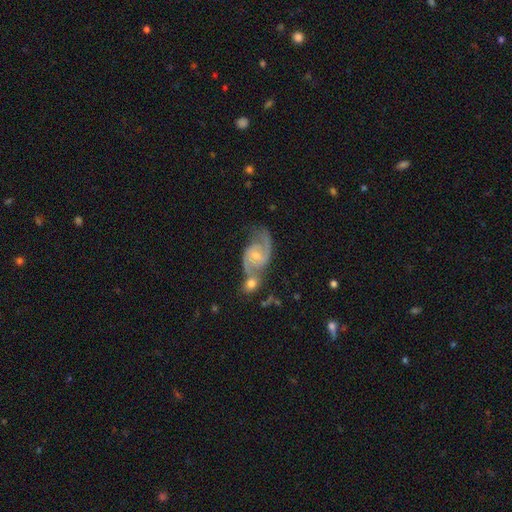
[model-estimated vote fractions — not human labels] Smooth or featured? featured or disk (87%)
Edge-on disk? no (97%)
Bar? no (47%)
Spiral arms? yes (97%)
Spiral winding? medium (53%)
Spiral arm count? 2 (90%)
Bulge size? small (58%)
Merging? none (45%)